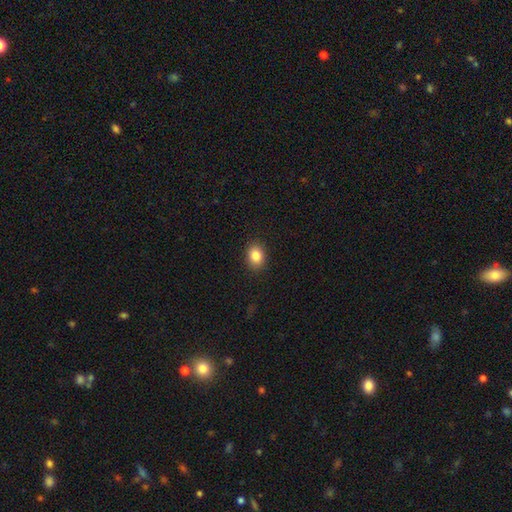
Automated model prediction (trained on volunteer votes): smooth_or_featured: smooth (p=0.85) [alt: star or artifact p=0.09]
how_rounded: in between (p=0.63) [alt: round p=0.36]
merging: none (p=0.90) [alt: minor disturbance p=0.07]